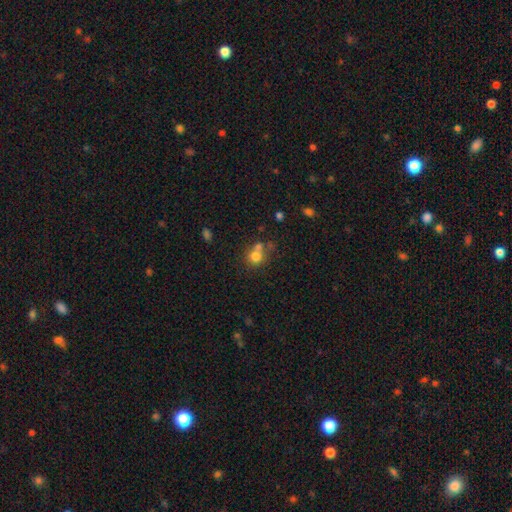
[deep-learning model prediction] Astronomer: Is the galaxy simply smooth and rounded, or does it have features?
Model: smooth — 76%.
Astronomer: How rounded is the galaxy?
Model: round — 83%.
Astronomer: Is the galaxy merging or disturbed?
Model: none — 49% (runner-up: merger, 37%).